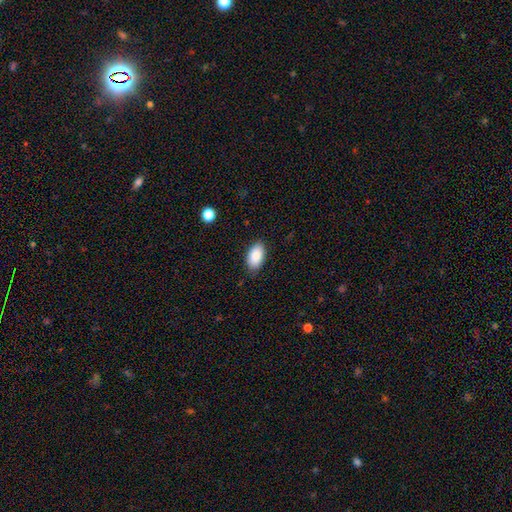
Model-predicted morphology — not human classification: Smooth or featured? Predicted: smooth (p=0.88). How rounded? Predicted: in between (p=0.94). Merging? Predicted: none (p=0.84).